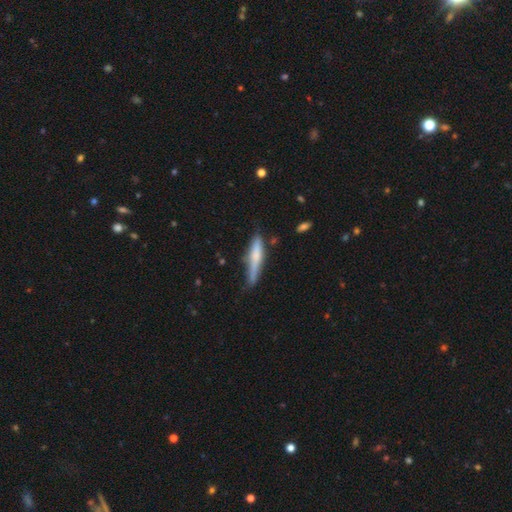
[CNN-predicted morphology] Overall: smooth (58%; featured or disk 36%). How rounded: cigar-shaped (88%). Merging: none (64%; minor disturbance 26%).